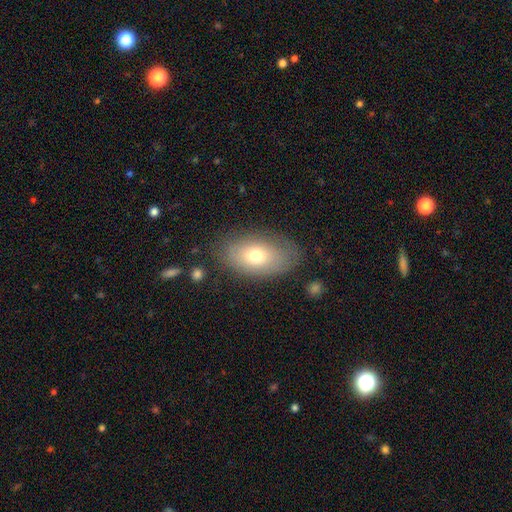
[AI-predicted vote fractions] This appears to be a smooth galaxy with no disk features (68%) that is in between round and cigar-shaped (90%). Merging: none (76%).